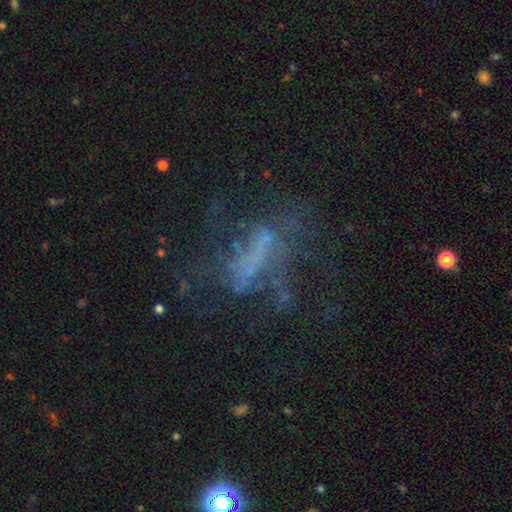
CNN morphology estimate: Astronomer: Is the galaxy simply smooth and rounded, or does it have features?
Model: featured or disk — 53%.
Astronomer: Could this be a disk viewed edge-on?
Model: no — 87%.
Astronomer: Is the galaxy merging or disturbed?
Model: none — 44% (runner-up: major disturbance, 35%).